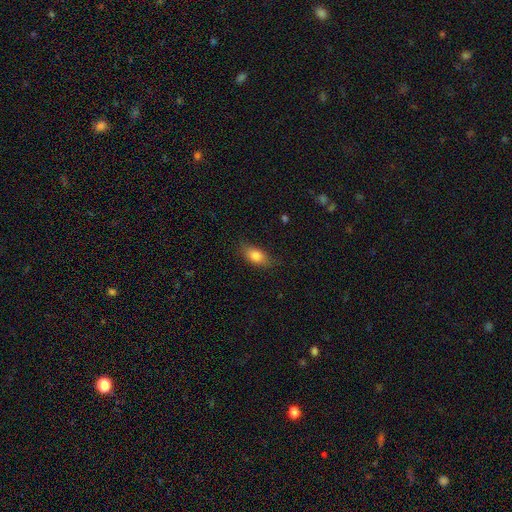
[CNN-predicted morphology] Q: Smooth or featured?
A: smooth (81%); runner-up: featured or disk (11%)
Q: How rounded?
A: in between (84%); runner-up: round (8%)
Q: Merging?
A: none (76%); runner-up: minor disturbance (19%)